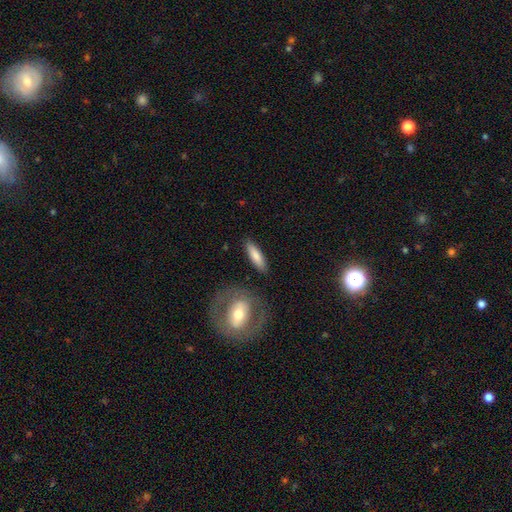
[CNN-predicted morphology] A smooth galaxy with no disk features (78%) that is cigar-shaped (63%).

Vote fractions:
- Smooth or featured? smooth: 78% / featured or disk: 17% / star or artifact: 5%
- How rounded? cigar-shaped: 63% / in between: 35% / round: 2%
- Merging? none: 84% / minor disturbance: 9% / merger: 3% / major disturbance: 3%